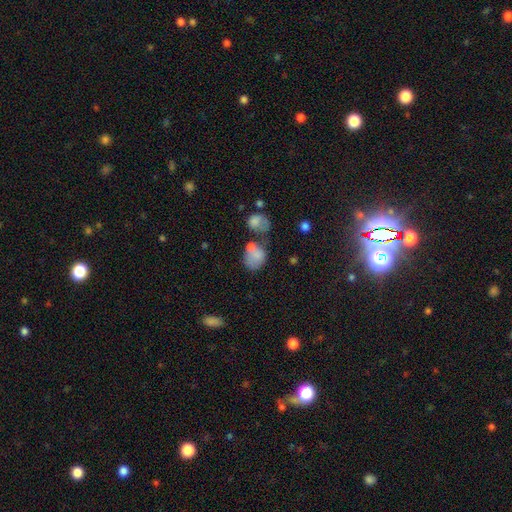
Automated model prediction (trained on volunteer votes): Morphology: type=smooth (73%); roundness=in between (53%); merging=merger (40%).